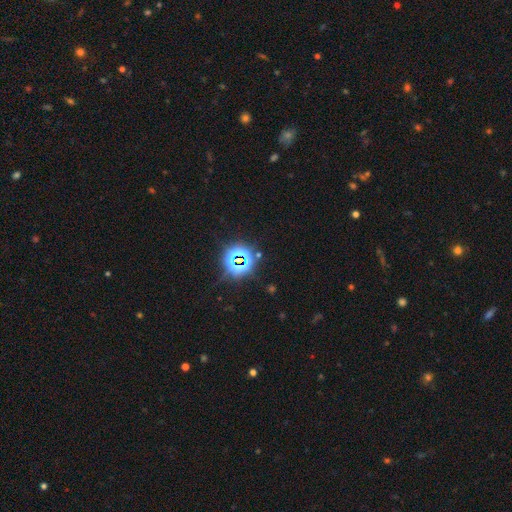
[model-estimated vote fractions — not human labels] smooth_or_featured: star or artifact (p=0.77) [alt: smooth p=0.15]